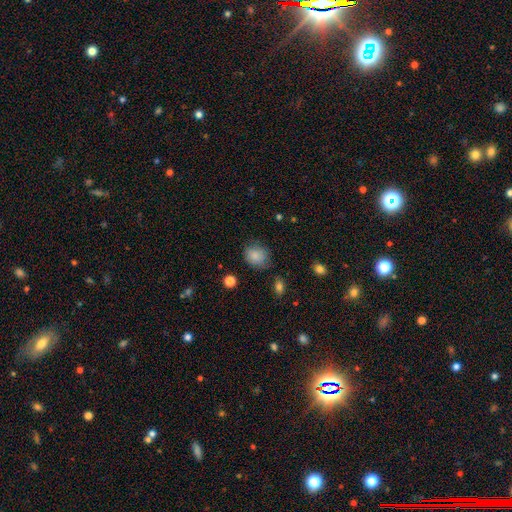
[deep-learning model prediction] smooth-or-featured: smooth: 85% | star or artifact: 9% | featured or disk: 6%
  how-rounded: round: 66% | in between: 33% | cigar-shaped: 1%
  merging: none: 73% | minor disturbance: 20% | major disturbance: 5% | merger: 2%